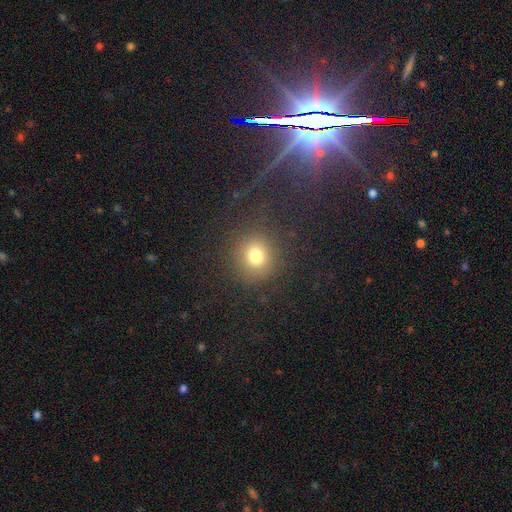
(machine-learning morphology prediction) smooth 76%, star or artifact 16%, featured or disk 7%. Down the decision tree: how rounded — round (89%); merging — none (84%).